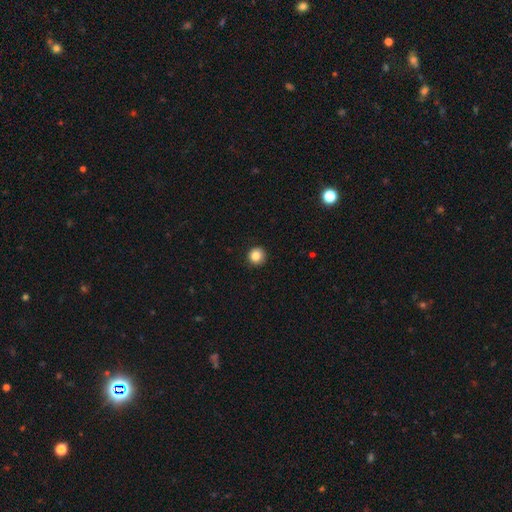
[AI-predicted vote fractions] The model was most divided on "smooth or featured": smooth: 84%, star or artifact: 10%, featured or disk: 5%. More confident: how rounded — round (95%); merging — none (92%).